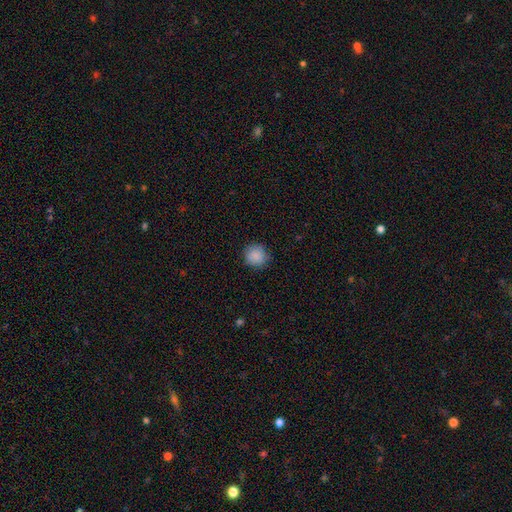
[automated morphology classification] smooth-or-featured: smooth: 88% | star or artifact: 8% | featured or disk: 4%
  how-rounded: round: 94% | in between: 5% | cigar-shaped: 1%
  merging: none: 88% | minor disturbance: 9% | major disturbance: 2% | merger: 1%